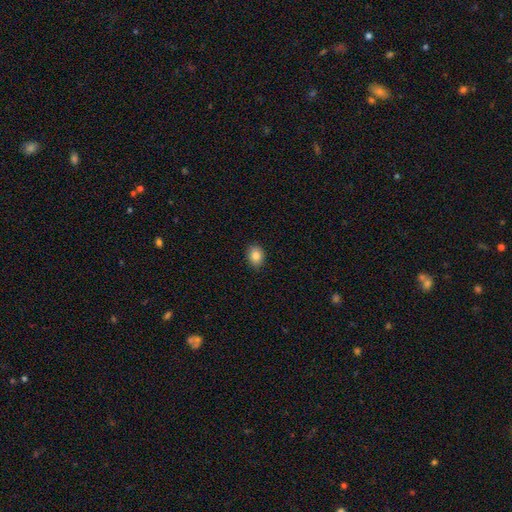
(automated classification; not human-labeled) Smooth or featured: smooth — 84% (star or artifact — 9%)
How rounded: in between — 57% (round — 42%)
Merging: none — 89% (minor disturbance — 8%)